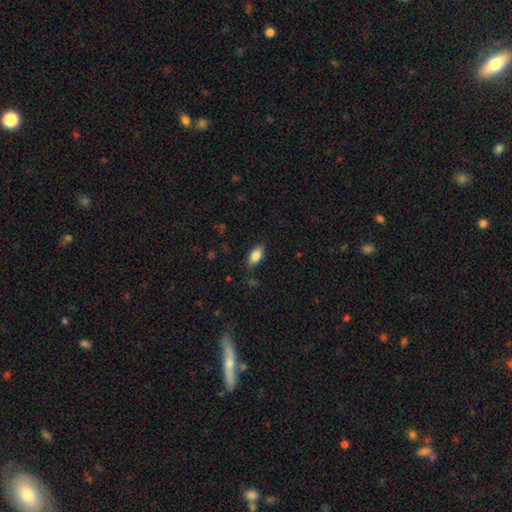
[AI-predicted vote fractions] Overall: smooth (84%). How rounded: in between (90%). Merging: none (83%).